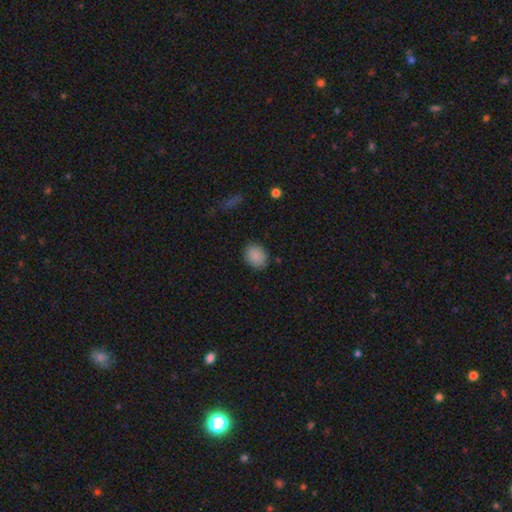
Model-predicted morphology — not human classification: smooth_or_featured: smooth (p=0.88) [alt: star or artifact p=0.08]
how_rounded: round (p=0.56) [alt: in between p=0.43]
merging: none (p=0.85) [alt: minor disturbance p=0.11]